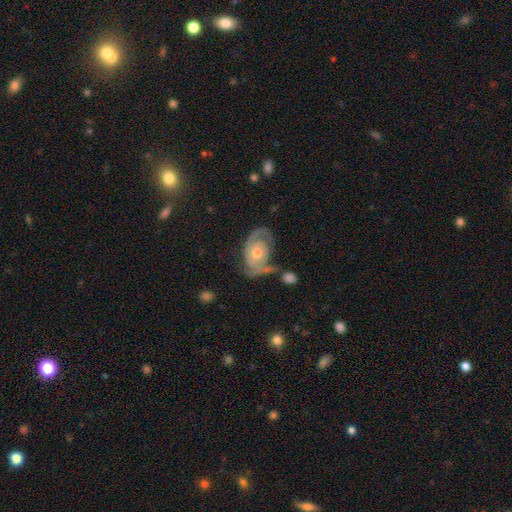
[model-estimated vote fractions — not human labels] A featured or disk galaxy (84%) with no bar (77%), 2 (73%) tight (60%) spiral arms (92%) and a moderate central bulge (70%).

Vote fractions:
- Smooth or featured? featured or disk: 84% / smooth: 10% / star or artifact: 6%
- Edge-on disk? no: 96% / yes: 4%
- Bar? no: 77% / weak: 18% / strong: 5%
- Spiral arms? yes: 92% / no: 8%
- Spiral winding? tight: 60% / medium: 30% / loose: 9%
- Spiral arm count? 2: 73% / can't tell: 11% / 1: 9% / 3: 4% / 4: 2% / more than 4: 2%
- Bulge size? moderate: 70% / small: 24% / large: 4% / none: 1% / dominant: 1%
- Merging? none: 63% / minor disturbance: 20% / major disturbance: 11% / merger: 6%